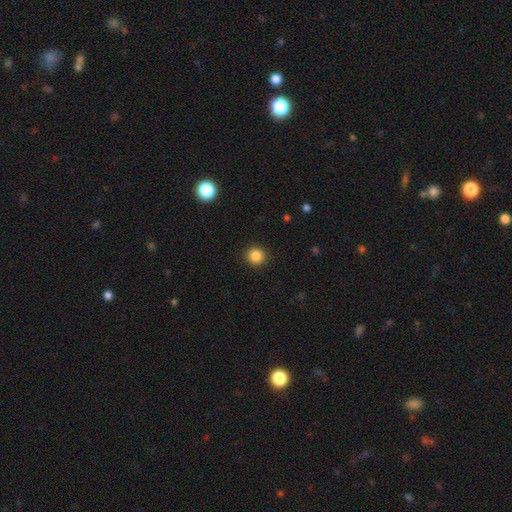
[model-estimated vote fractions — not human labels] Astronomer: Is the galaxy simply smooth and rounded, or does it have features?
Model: smooth — 85%.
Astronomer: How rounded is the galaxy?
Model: round — 94%.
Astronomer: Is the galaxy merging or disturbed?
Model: none — 92%.